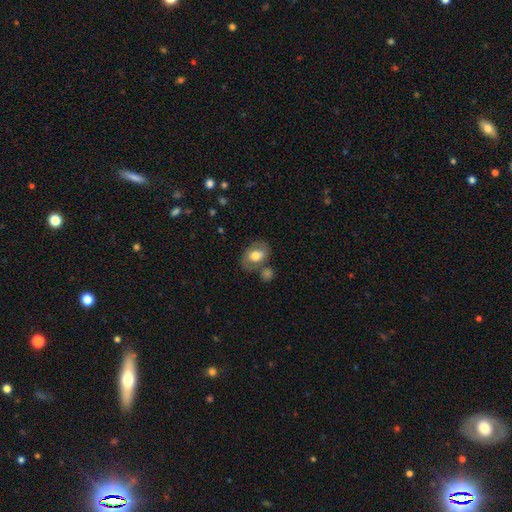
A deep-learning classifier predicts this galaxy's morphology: This is possibly a smooth galaxy (56%). How rounded: likely in between (76%). Merging: possibly none (59%).